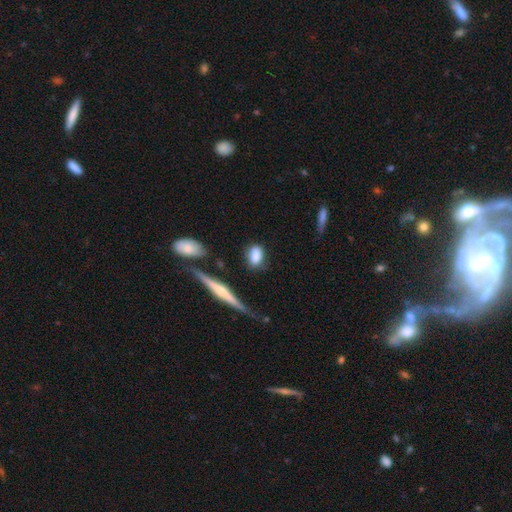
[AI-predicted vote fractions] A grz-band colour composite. It shows a smooth galaxy with no disk features (82%) that is in between round and cigar-shaped (80%). Merging: none (74%).